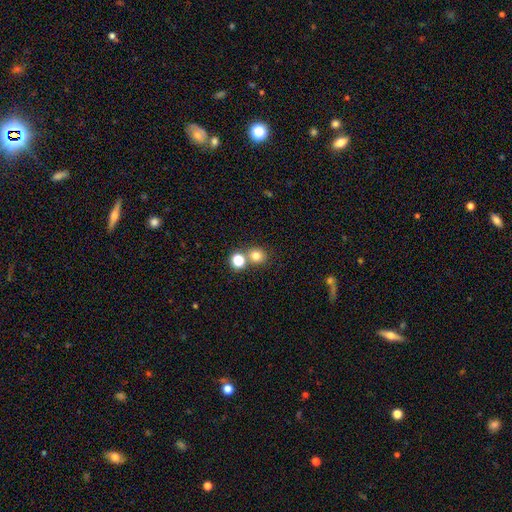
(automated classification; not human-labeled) Smooth or featured: smooth — 77% (star or artifact — 16%)
How rounded: round — 83% (in between — 16%)
Merging: none — 64% (merger — 25%)